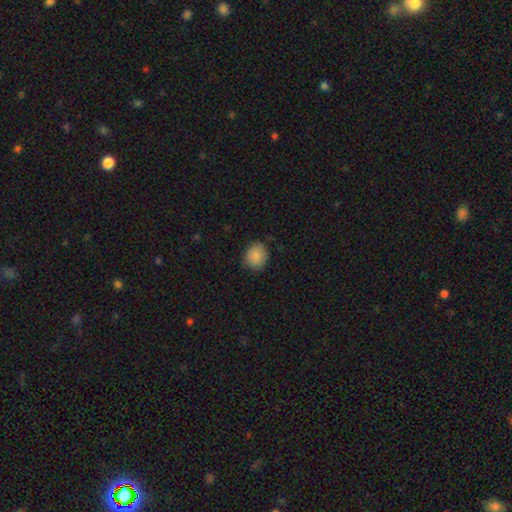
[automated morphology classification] smooth 87%, star or artifact 8%, featured or disk 5%. Down the decision tree: how rounded — round (69%); merging — none (77%).